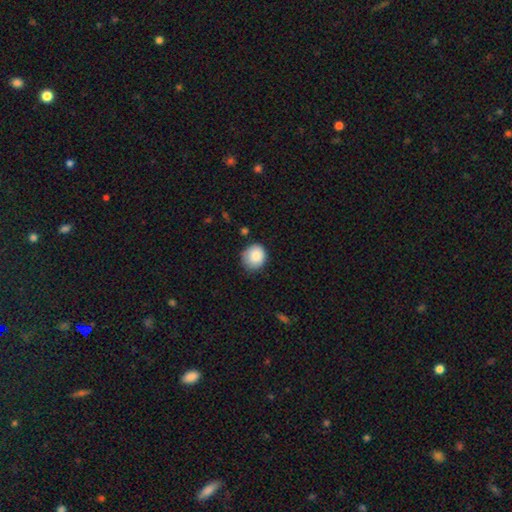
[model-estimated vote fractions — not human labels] Smooth or featured? Predicted: smooth (p=0.86). How rounded? Predicted: round (p=0.77). Merging? Predicted: none (p=0.74).